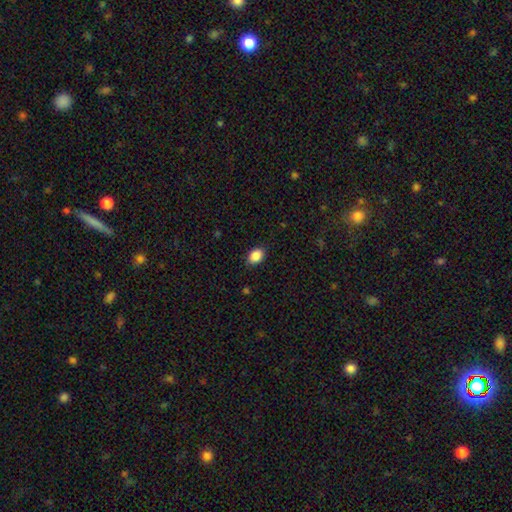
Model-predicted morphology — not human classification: A smooth galaxy with no disk features (88%) that is in between round and cigar-shaped (75%).

Vote fractions:
- Smooth or featured? smooth: 88% / star or artifact: 8% / featured or disk: 4%
- How rounded? in between: 75% / round: 23% / cigar-shaped: 1%
- Merging? none: 86% / minor disturbance: 11% / major disturbance: 2% / merger: 1%